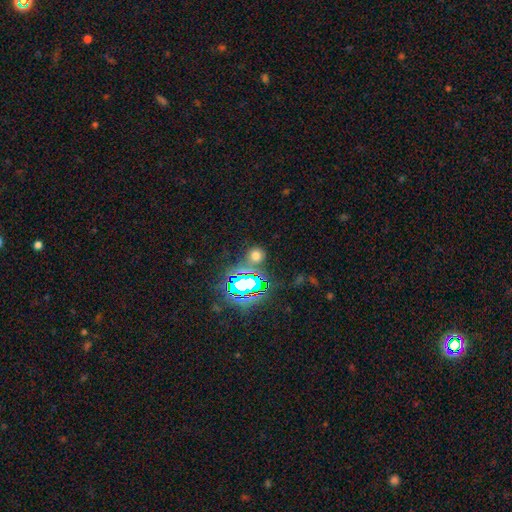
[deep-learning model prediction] This appears to be a smooth galaxy with no disk features (55%) that is round (82%). Merging: none (76%).